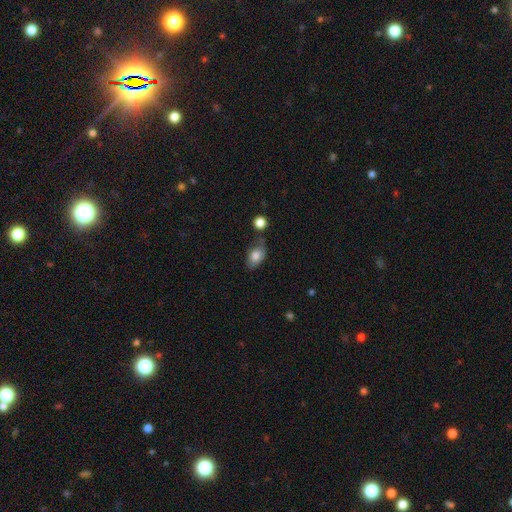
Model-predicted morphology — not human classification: Smooth or featured: smooth — 78% (featured or disk — 15%)
How rounded: in between — 88% (round — 11%)
Merging: none — 57% (minor disturbance — 26%)